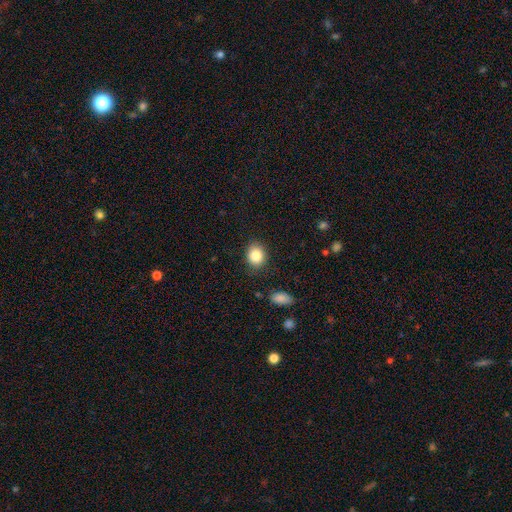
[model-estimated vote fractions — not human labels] Morphology: type=smooth (86%); roundness=round (61%); merging=none (83%).